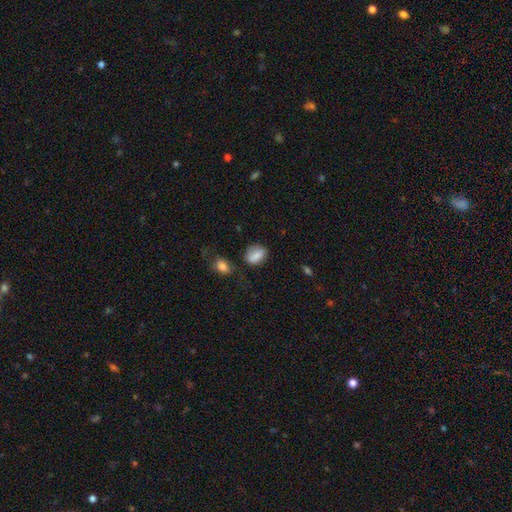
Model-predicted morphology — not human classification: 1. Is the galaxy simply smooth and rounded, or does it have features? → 80% smooth, 11% featured or disk, 9% star or artifact.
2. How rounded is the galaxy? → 72% in between, 25% round, 3% cigar-shaped.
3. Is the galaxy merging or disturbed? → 68% none, 21% minor disturbance, 6% major disturbance, 6% merger.